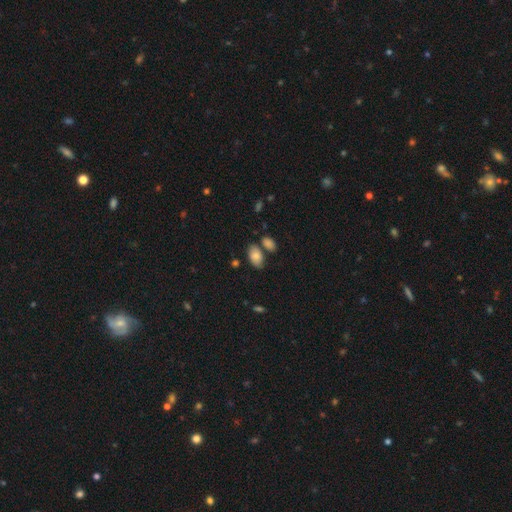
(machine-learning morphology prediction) A smooth galaxy with no disk features (80%) that is in between round and cigar-shaped (92%). Merging: none (63%).